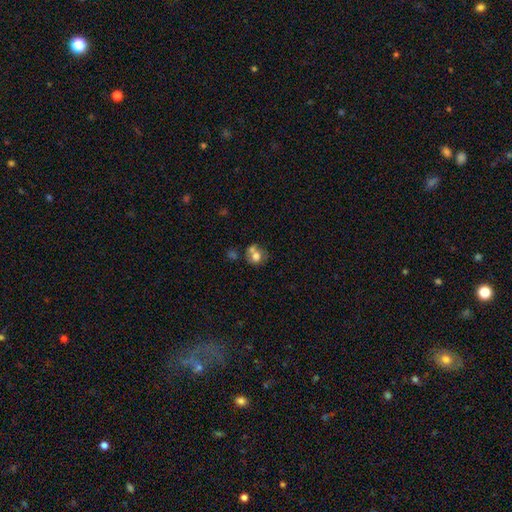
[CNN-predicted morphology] This appears to be a smooth galaxy with no disk features (68%) that is round (69%). Merging: merger (45%).